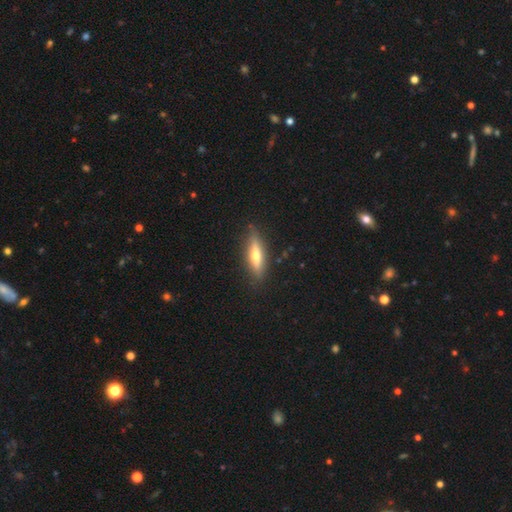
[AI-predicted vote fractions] Overall: featured or disk (47%; smooth 46%). Merging: none (85%).